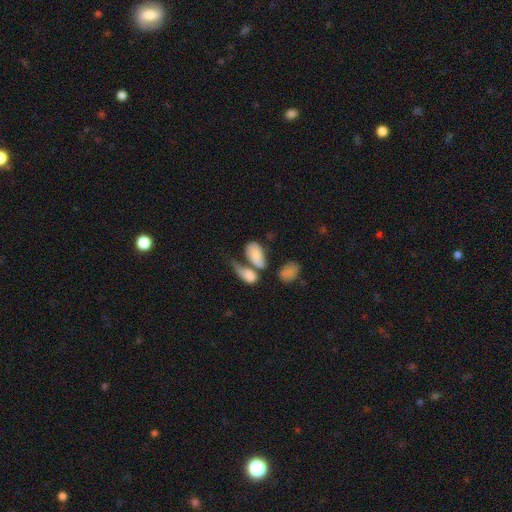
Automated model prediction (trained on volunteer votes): smooth 76%, featured or disk 17%, star or artifact 8%. Down the decision tree: how rounded — in between (92%); merging — merger (50%).